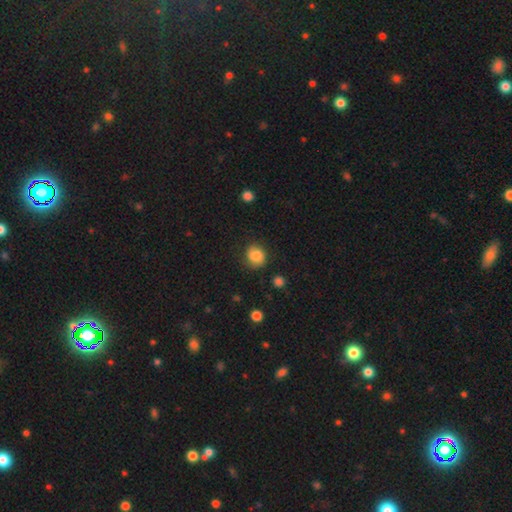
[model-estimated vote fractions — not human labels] Q: Smooth or featured?
A: smooth (82%); runner-up: star or artifact (9%)
Q: How rounded?
A: round (76%); runner-up: in between (23%)
Q: Merging?
A: none (77%); runner-up: minor disturbance (17%)